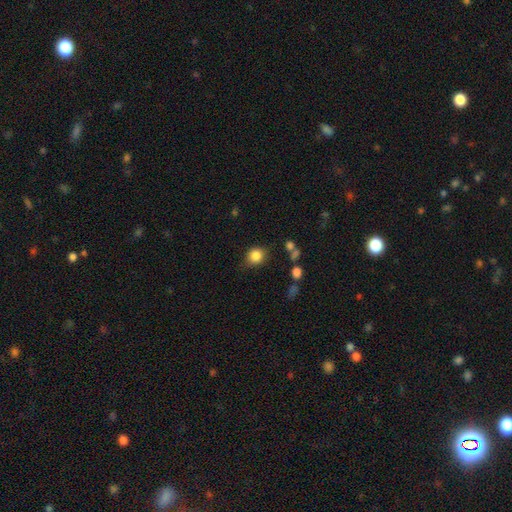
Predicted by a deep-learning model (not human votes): A smooth galaxy with no disk features (85%) that is round (77%). Merging: none (76%).